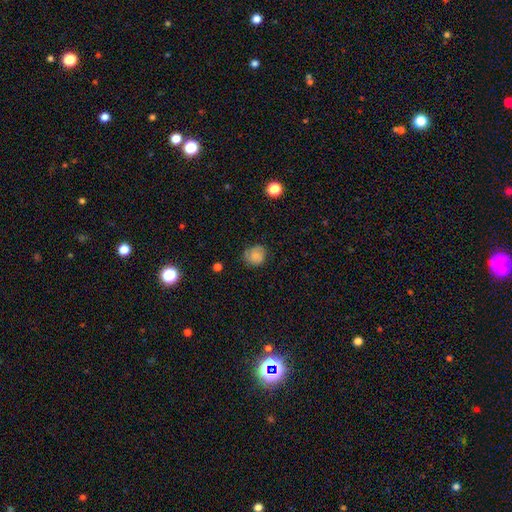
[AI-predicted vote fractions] Q: Smooth or featured?
A: smooth (74%); runner-up: featured or disk (16%)
Q: How rounded?
A: round (79%); runner-up: in between (20%)
Q: Merging?
A: none (71%); runner-up: minor disturbance (22%)